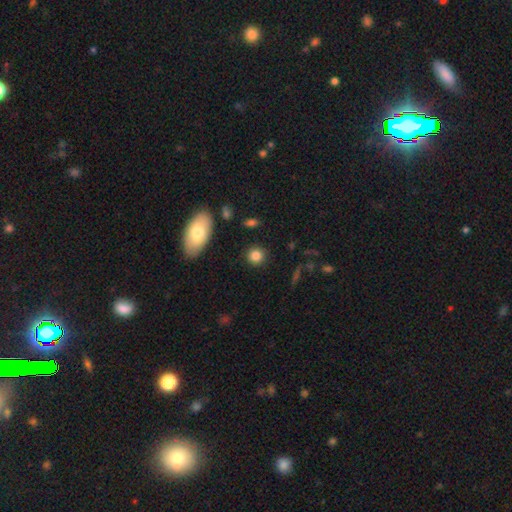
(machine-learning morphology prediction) The model was most divided on "how rounded": round: 85%, in between: 14%, cigar-shaped: 1%. More confident: merging — none (88%); smooth or featured — smooth (84%).